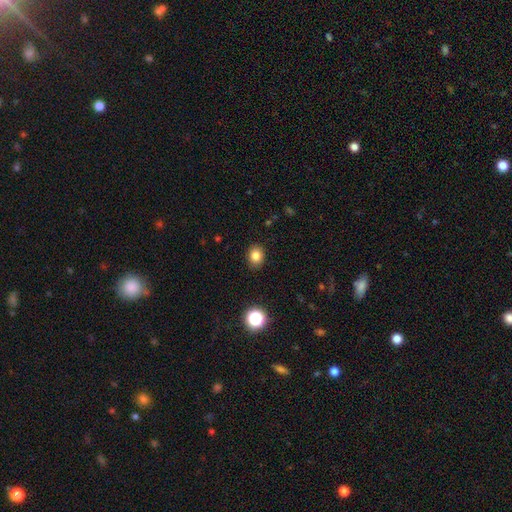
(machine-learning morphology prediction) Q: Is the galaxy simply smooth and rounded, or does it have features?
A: smooth — 82%.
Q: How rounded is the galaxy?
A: round — 57%.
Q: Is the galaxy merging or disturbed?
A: none — 89%.